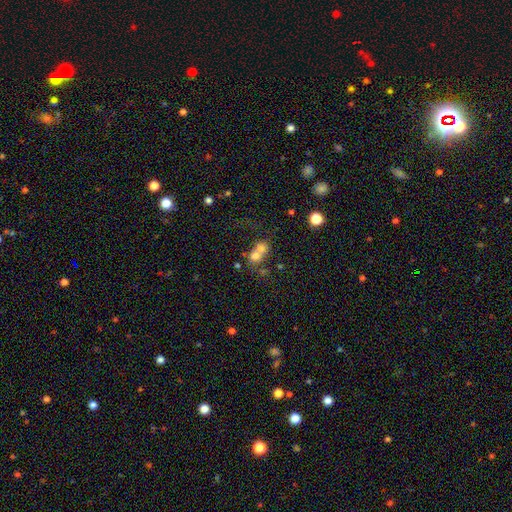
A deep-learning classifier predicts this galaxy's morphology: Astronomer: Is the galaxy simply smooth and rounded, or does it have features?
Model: smooth — 66%.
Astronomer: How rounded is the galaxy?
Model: round — 70%.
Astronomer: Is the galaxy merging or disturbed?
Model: merger — 68%.